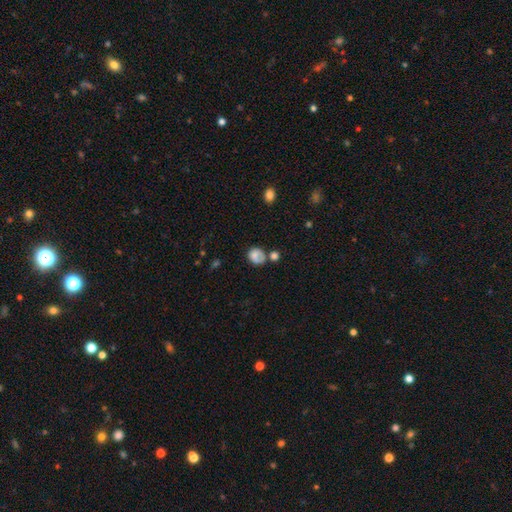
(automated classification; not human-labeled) Smooth or featured? Predicted: smooth (p=0.72). How rounded? Predicted: round (p=0.62). Merging? Predicted: none (p=0.46).